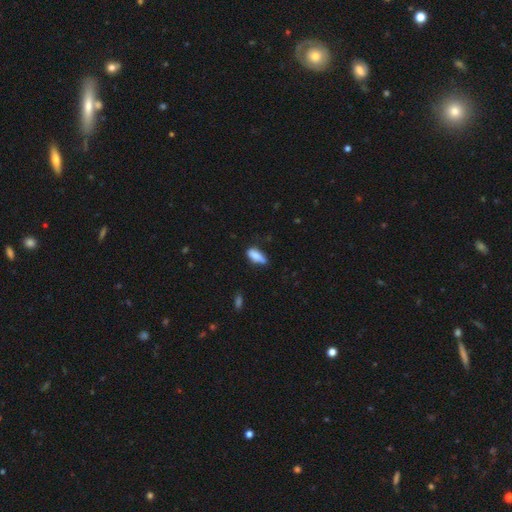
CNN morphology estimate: Smooth or featured? Predicted: smooth (p=0.81). How rounded? Predicted: in between (p=0.79). Merging? Predicted: none (p=0.54).